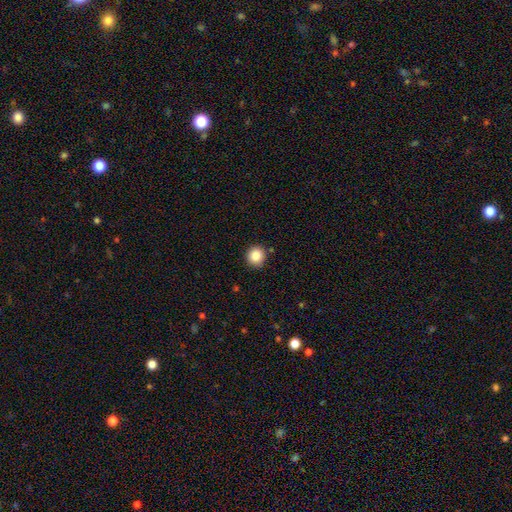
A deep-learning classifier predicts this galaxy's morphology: smooth-or-featured: smooth: 86% | star or artifact: 10% | featured or disk: 4%
  how-rounded: round: 91% | in between: 8% | cigar-shaped: 1%
  merging: none: 89% | minor disturbance: 7% | major disturbance: 2% | merger: 2%